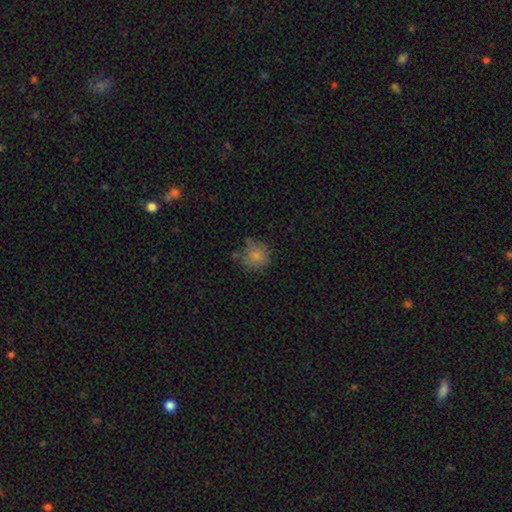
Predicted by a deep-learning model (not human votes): Morphology: type=smooth (80%); roundness=round (90%); merging=none (65%).